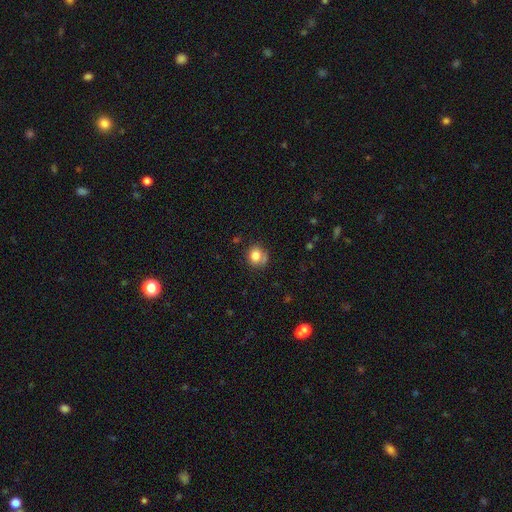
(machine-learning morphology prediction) This is clearly a smooth galaxy (80%). How rounded: likely round (77%). Merging: likely none (63%).